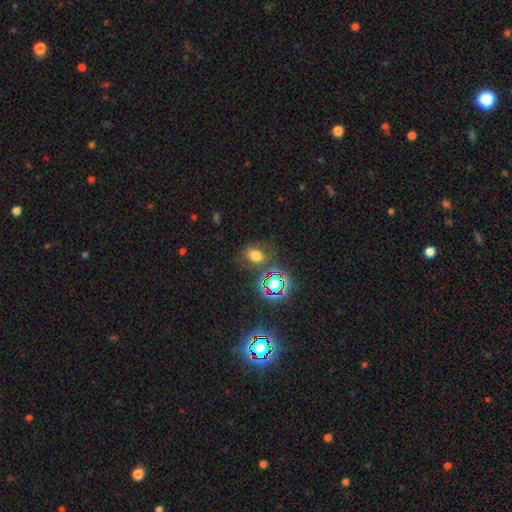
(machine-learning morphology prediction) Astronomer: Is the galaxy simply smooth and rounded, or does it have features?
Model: smooth — 63%.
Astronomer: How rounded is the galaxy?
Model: in between — 63%.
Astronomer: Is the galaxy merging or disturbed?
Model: none — 71%.